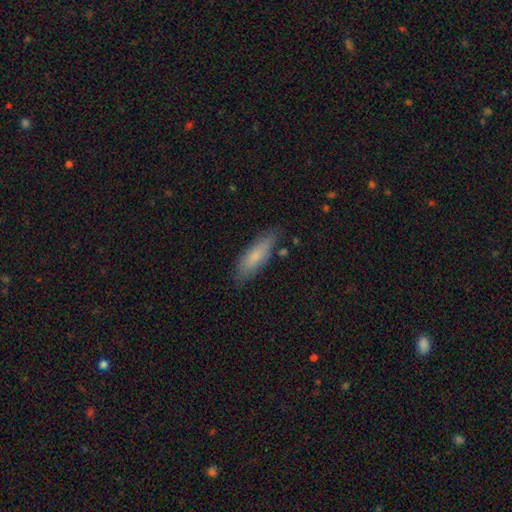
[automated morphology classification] Smooth or featured: smooth — 75% (featured or disk — 18%)
How rounded: cigar-shaped — 50% (in between — 48%)
Merging: none — 80% (minor disturbance — 16%)